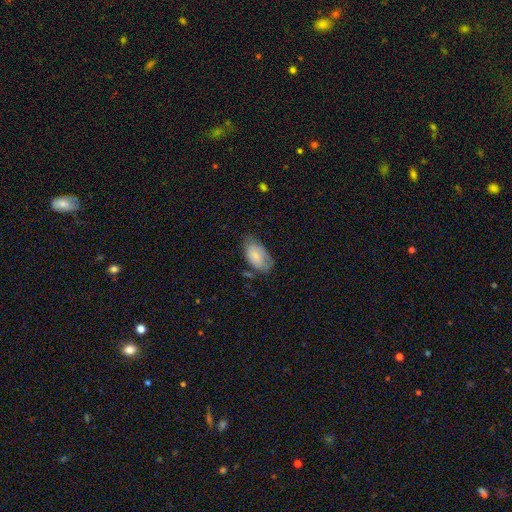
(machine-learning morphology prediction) smooth 73%, featured or disk 20%, star or artifact 7%. Down the decision tree: how rounded — in between (94%); merging — none (54%).